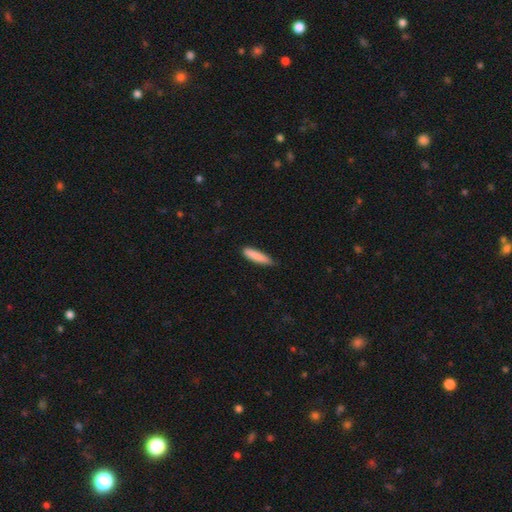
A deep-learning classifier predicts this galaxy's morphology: smooth_or_featured: smooth (p=0.86) [alt: featured or disk p=0.08]
how_rounded: cigar-shaped (p=0.79) [alt: in between p=0.19]
merging: none (p=0.76) [alt: minor disturbance p=0.20]